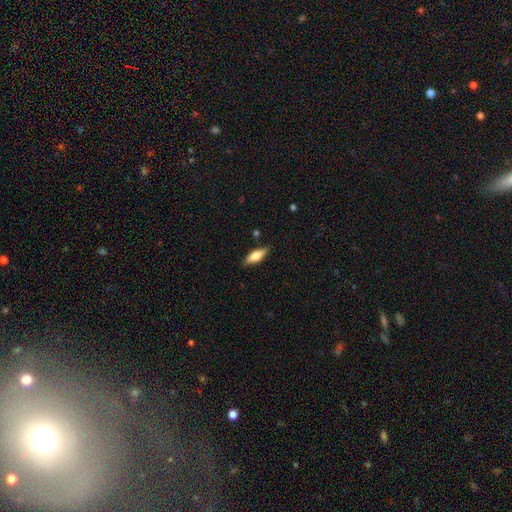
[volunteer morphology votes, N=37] A smooth galaxy with no disk features (59%) that is in between round and cigar-shaped (77%). Merging: none (71%).